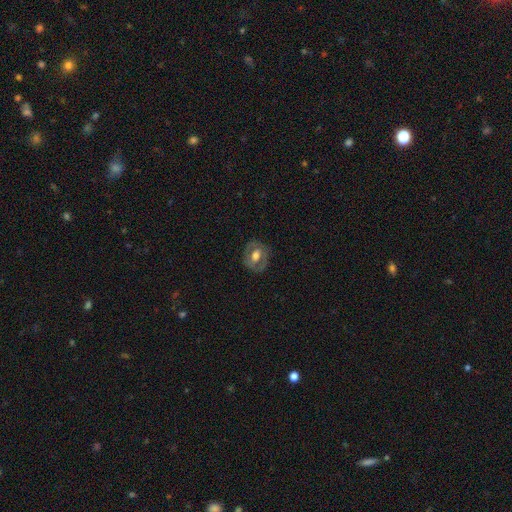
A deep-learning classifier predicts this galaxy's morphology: Smooth or featured: featured or disk — 56% (smooth — 37%)
Edge-on disk: no — 94% (yes — 6%)
Bar: no — 51% (weak — 34%)
Spiral arms: no — 65% (yes — 35%)
Bulge size: moderate — 61% (large — 29%)
Merging: none — 78% (minor disturbance — 15%)